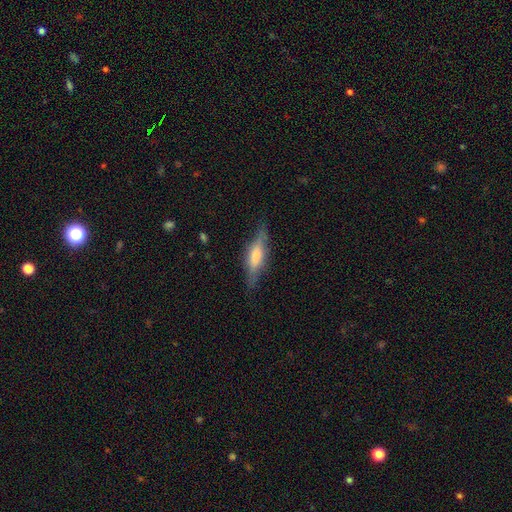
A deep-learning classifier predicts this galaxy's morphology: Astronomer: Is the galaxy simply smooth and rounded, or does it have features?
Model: featured or disk — 47% (runner-up: smooth, 46%).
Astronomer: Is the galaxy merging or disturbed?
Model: none — 78%.